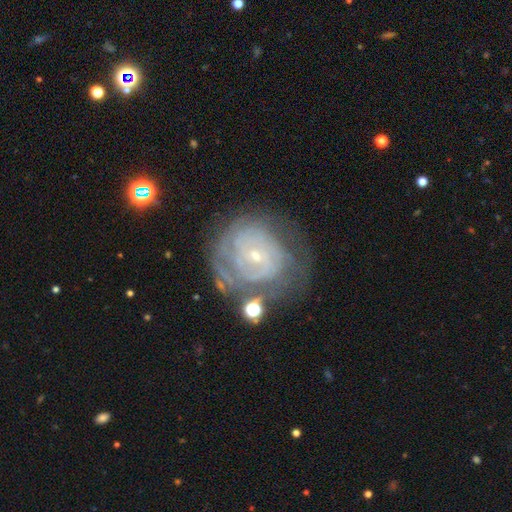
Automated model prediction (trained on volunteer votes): A featured or disk galaxy (79%) with no bar (65%), tight (76%) spiral arms (86%) and a small central bulge (83%).

Vote fractions:
- Smooth or featured? featured or disk: 79% / smooth: 13% / star or artifact: 8%
- Edge-on disk? no: 97% / yes: 3%
- Bar? no: 65% / weak: 28% / strong: 7%
- Spiral arms? yes: 86% / no: 14%
- Spiral winding? tight: 76% / medium: 19% / loose: 5%
- Spiral arm count? can't tell: 51% / 2: 14% / 3: 12% / 4: 11% / more than 4: 7% / 1: 5%
- Bulge size? small: 83% / moderate: 13% / none: 2% / large: 1% / dominant: 1%
- Merging? none: 59% / minor disturbance: 22% / major disturbance: 14% / merger: 5%